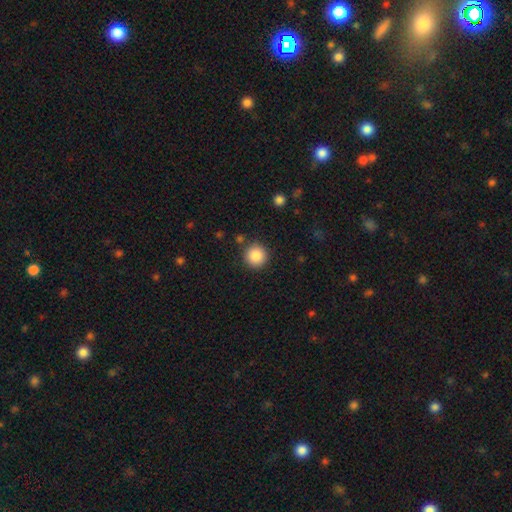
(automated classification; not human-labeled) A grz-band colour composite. It shows a smooth galaxy with no disk features (87%) that is round (95%). Merging: none (89%).